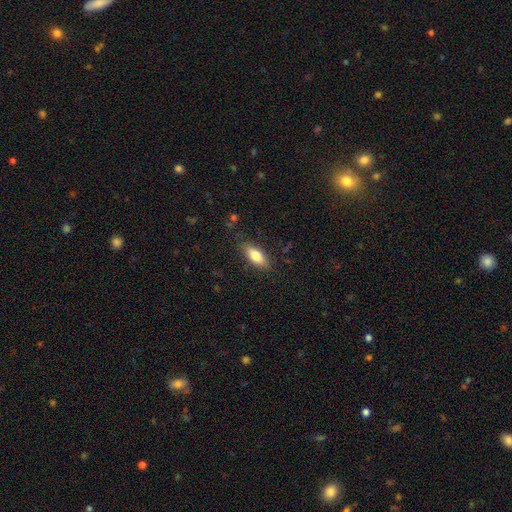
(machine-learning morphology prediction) Overall: smooth (77%). How rounded: in between (75%). Merging: none (84%).